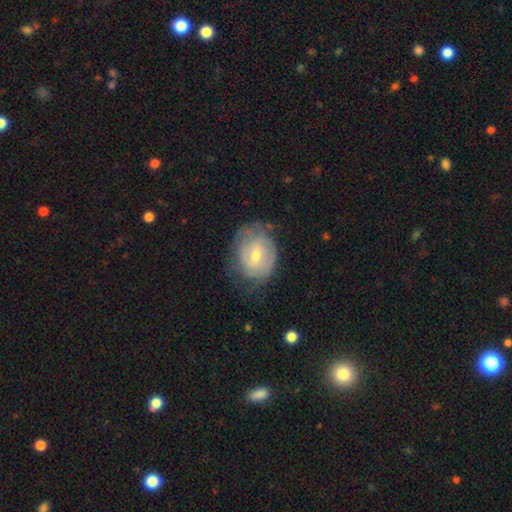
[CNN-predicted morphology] The model was most divided on "bulge size" (2-way tie): small: 48%, moderate: 48%, large: 2%, none: 1%, dominant: 1%. More confident: edge-on disk — no (96%); spiral arms — yes (78%); merging — none (66%); smooth or featured — featured or disk (64%); bar — weak (53%).